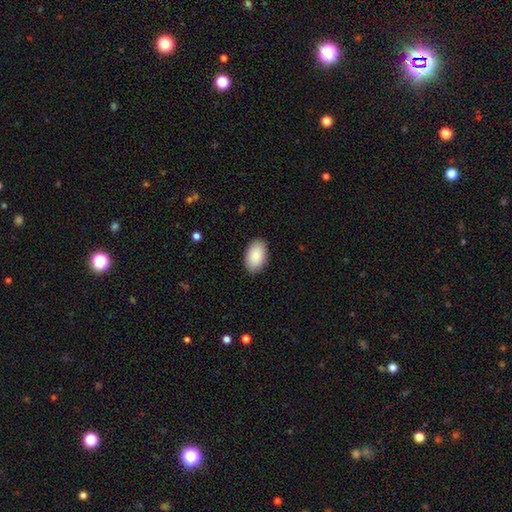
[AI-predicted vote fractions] smooth-or-featured: smooth: 90% | star or artifact: 6% | featured or disk: 4%
  how-rounded: in between: 95% | round: 4% | cigar-shaped: 1%
  merging: none: 89% | minor disturbance: 8% | major disturbance: 2% | merger: 1%